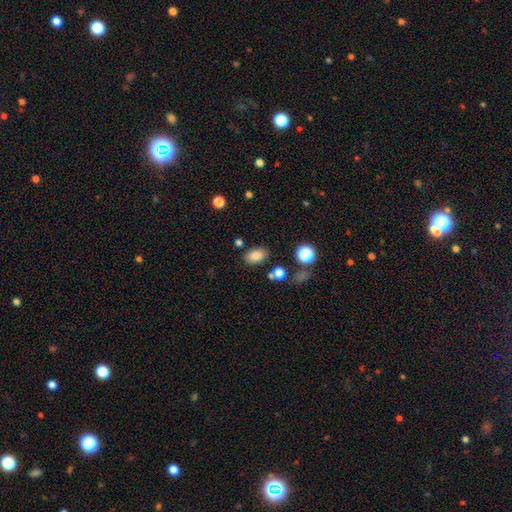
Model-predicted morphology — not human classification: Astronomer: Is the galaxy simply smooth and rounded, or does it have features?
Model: smooth — 83%.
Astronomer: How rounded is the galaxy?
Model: in between — 85%.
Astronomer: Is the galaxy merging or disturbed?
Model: none — 80%.